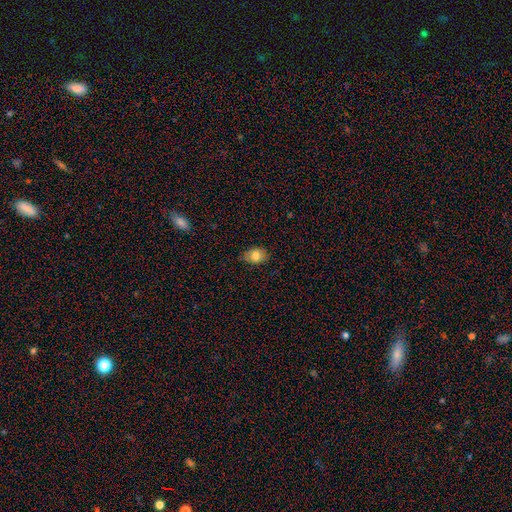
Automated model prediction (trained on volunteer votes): This is clearly a smooth galaxy (81%). How rounded: likely in between (76%). Merging: likely none (80%).